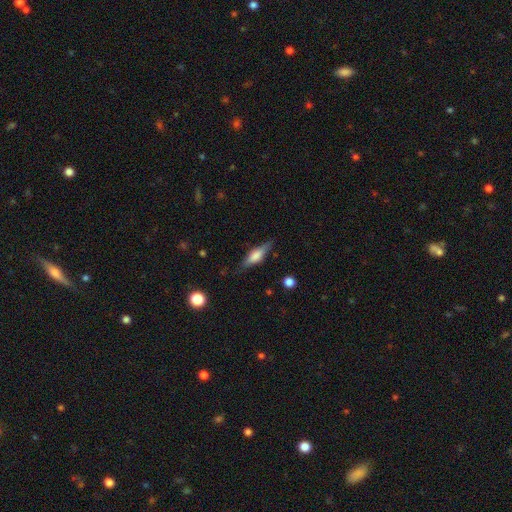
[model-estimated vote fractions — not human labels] smooth-or-featured: featured or disk: 49% | smooth: 43% | star or artifact: 7%
  merging: none: 80% | minor disturbance: 15% | major disturbance: 4% | merger: 2%